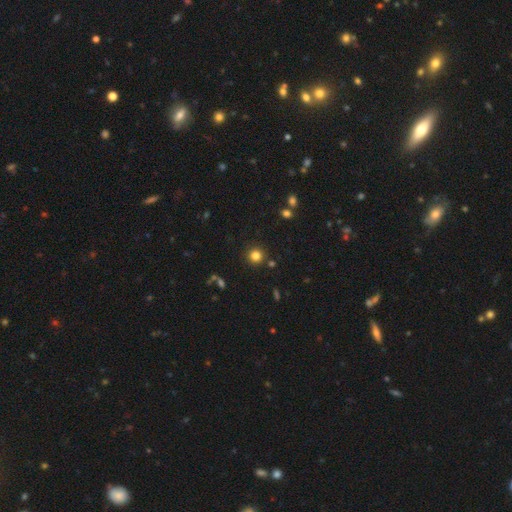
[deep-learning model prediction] A smooth galaxy with no disk features (81%) that is round (94%).

Vote fractions:
- Smooth or featured? smooth: 81% / star or artifact: 14% / featured or disk: 6%
- How rounded? round: 94% / in between: 5% / cigar-shaped: 1%
- Merging? none: 89% / minor disturbance: 6% / merger: 3% / major disturbance: 2%